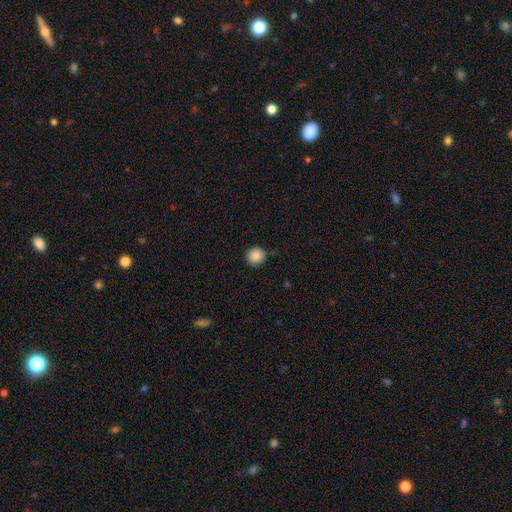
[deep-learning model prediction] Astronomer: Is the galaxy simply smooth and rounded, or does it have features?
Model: smooth — 87%.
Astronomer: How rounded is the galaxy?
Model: round — 90%.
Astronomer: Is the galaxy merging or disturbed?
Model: none — 87%.